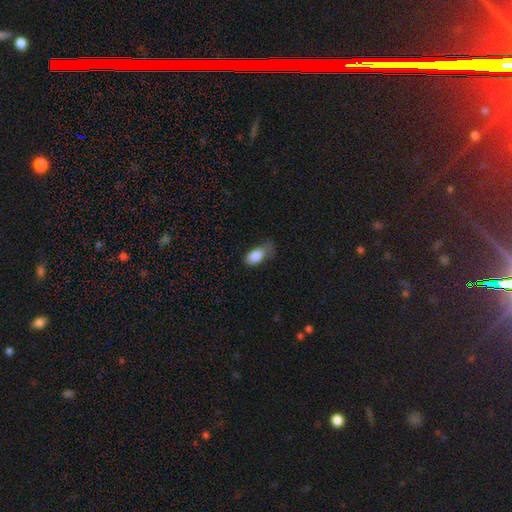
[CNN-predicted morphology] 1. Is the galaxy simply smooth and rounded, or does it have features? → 84% smooth, 9% featured or disk, 7% star or artifact.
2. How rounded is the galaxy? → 90% in between, 6% round, 4% cigar-shaped.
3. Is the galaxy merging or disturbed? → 42% minor disturbance, 29% none, 26% major disturbance, 2% merger.